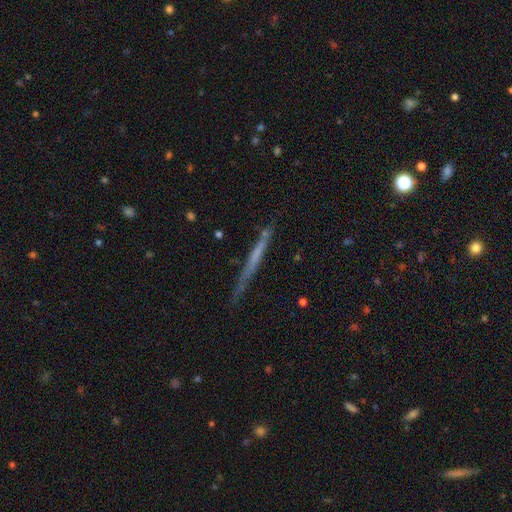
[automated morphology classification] Smooth or featured?
  - featured or disk: 52% *
  - smooth: 41%
  - star or artifact: 7%
Edge-on disk?
  - yes: 95% *
  - no: 5%
Merging?
  - none: 76% *
  - minor disturbance: 17%
  - major disturbance: 4%
  - merger: 3%